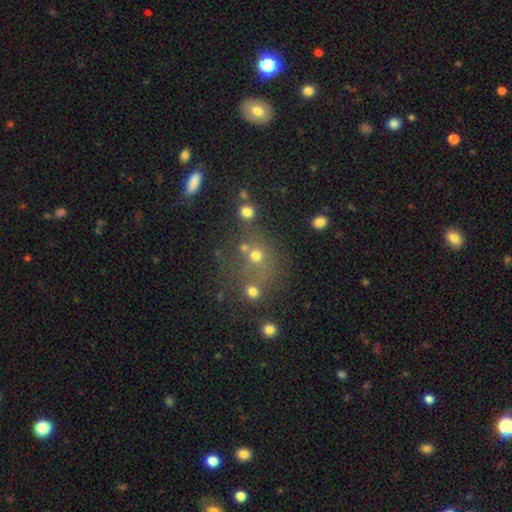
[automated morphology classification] Smooth or featured?
  - smooth: 65% *
  - star or artifact: 22%
  - featured or disk: 13%
How rounded?
  - round: 82% *
  - in between: 17%
  - cigar-shaped: 1%
Merging?
  - none: 57% *
  - merger: 25%
  - minor disturbance: 11%
  - major disturbance: 7%